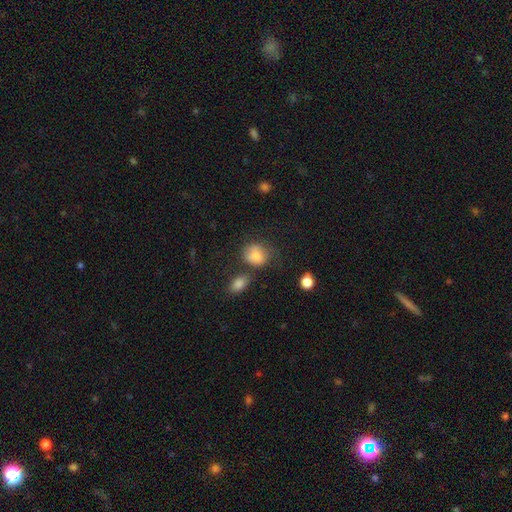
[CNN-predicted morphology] This is clearly a smooth galaxy (81%). How rounded: possibly round (58%). Merging: possibly none (52%).